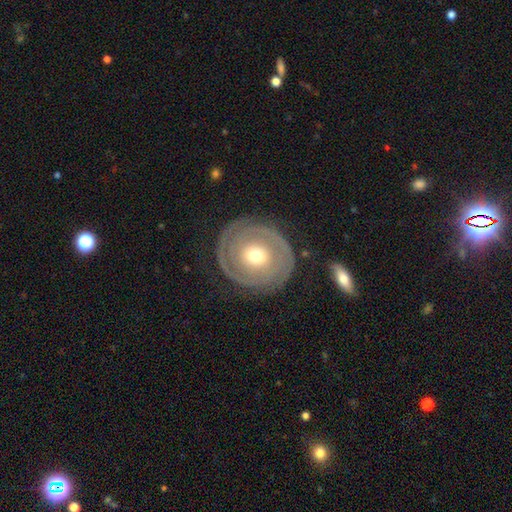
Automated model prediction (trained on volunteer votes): A featured or disk galaxy (76%) with no bar (77%), 2 (48%) tight (80%) spiral arms (78%) and a moderate central bulge (64%).

Vote fractions:
- Smooth or featured? featured or disk: 76% / smooth: 19% / star or artifact: 5%
- Edge-on disk? no: 96% / yes: 4%
- Bar? no: 77% / weak: 17% / strong: 7%
- Spiral arms? yes: 78% / no: 22%
- Spiral winding? tight: 80% / medium: 15% / loose: 6%
- Spiral arm count? 2: 48% / can't tell: 25% / 1: 14% / 3: 7% / 4: 3% / more than 4: 3%
- Bulge size? moderate: 64% / small: 28% / large: 6% / dominant: 1% / none: 1%
- Merging? none: 83% / minor disturbance: 10% / major disturbance: 4% / merger: 2%